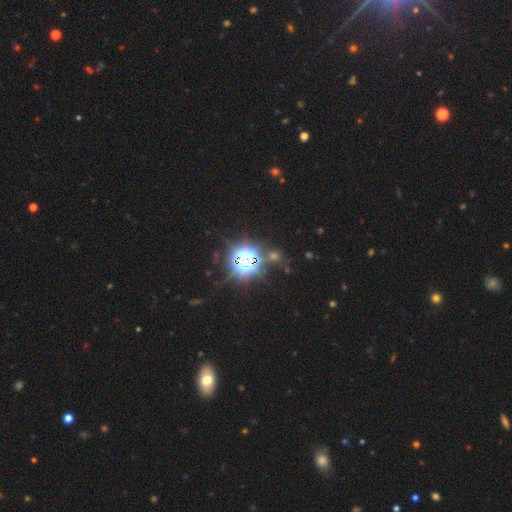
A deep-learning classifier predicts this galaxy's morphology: This is likely a star or artifact rather than a galaxy (78%).